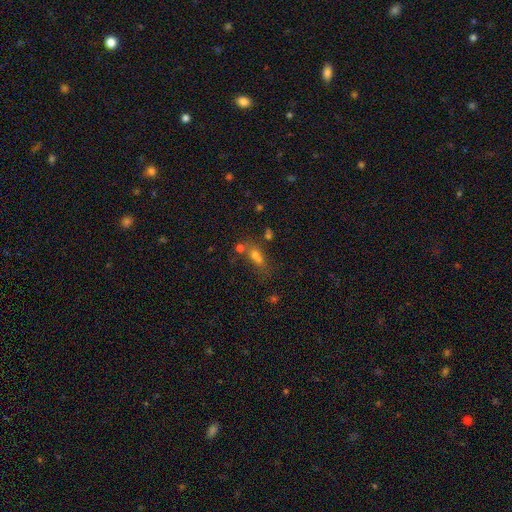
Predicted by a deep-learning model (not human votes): A smooth galaxy with no disk features (55%) that is in between round and cigar-shaped (48%). Merging: merger (44%).